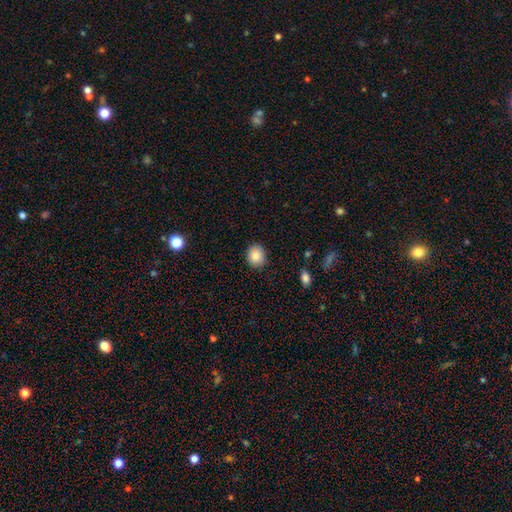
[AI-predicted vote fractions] A smooth galaxy with no disk features (85%) that is round (68%).

Vote fractions:
- Smooth or featured? smooth: 85% / star or artifact: 9% / featured or disk: 7%
- How rounded? round: 68% / in between: 31% / cigar-shaped: 1%
- Merging? none: 87% / minor disturbance: 10% / major disturbance: 2% / merger: 1%